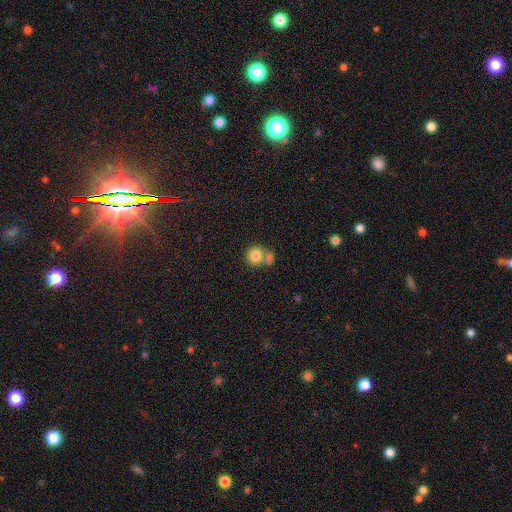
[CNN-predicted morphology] smooth-or-featured: smooth: 83% | star or artifact: 9% | featured or disk: 8%
  how-rounded: round: 85% | in between: 14% | cigar-shaped: 1%
  merging: none: 49% | merger: 38% | minor disturbance: 9% | major disturbance: 3%